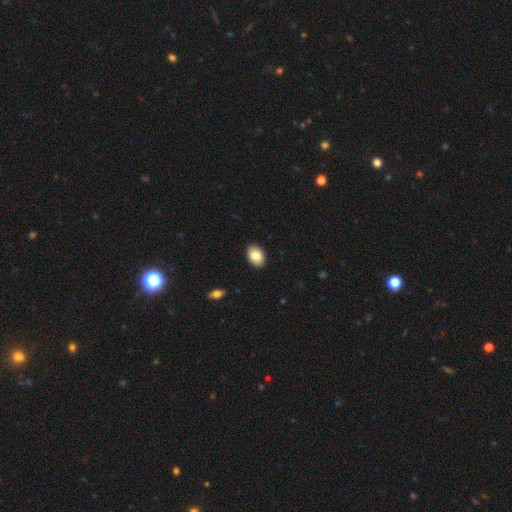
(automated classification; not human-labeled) Q: Smooth or featured?
A: smooth (85%); runner-up: featured or disk (8%)
Q: How rounded?
A: in between (83%); runner-up: round (16%)
Q: Merging?
A: none (90%); runner-up: minor disturbance (7%)